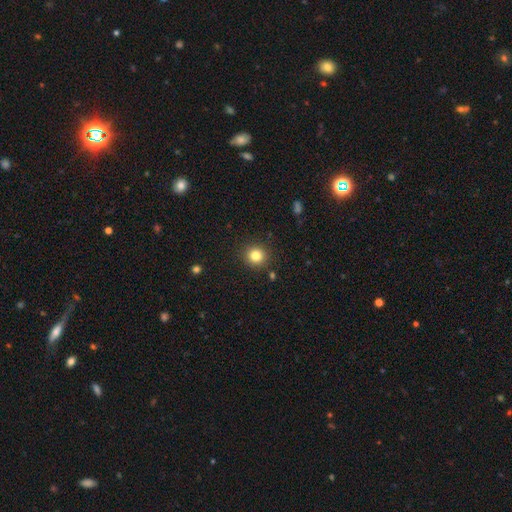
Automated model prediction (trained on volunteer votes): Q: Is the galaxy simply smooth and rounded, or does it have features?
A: smooth — 82%.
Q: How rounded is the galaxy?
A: round — 91%.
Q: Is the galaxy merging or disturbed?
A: none — 90%.